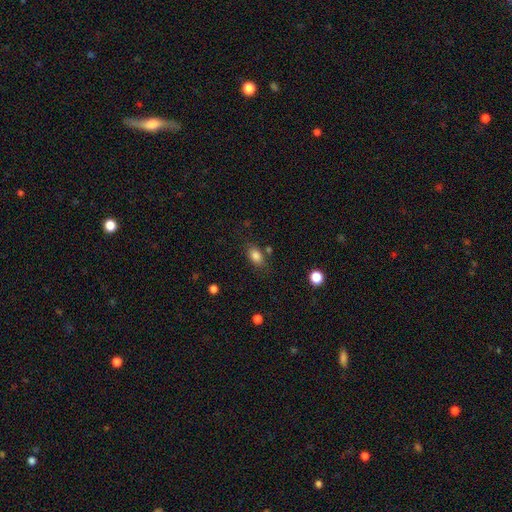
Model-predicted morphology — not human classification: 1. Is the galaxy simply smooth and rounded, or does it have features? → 84% smooth, 10% star or artifact, 6% featured or disk.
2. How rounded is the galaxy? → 84% in between, 14% round, 2% cigar-shaped.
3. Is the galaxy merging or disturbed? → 76% none, 14% minor disturbance, 5% merger, 4% major disturbance.